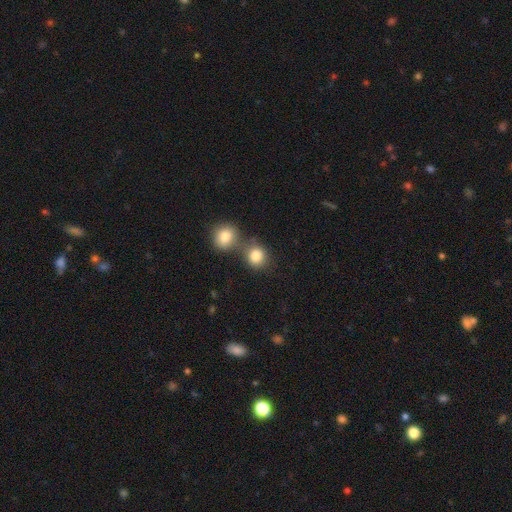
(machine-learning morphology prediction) smooth-or-featured: smooth: 84% | star or artifact: 10% | featured or disk: 6%
  how-rounded: round: 84% | in between: 15% | cigar-shaped: 1%
  merging: none: 48% | merger: 41% | minor disturbance: 8% | major disturbance: 3%